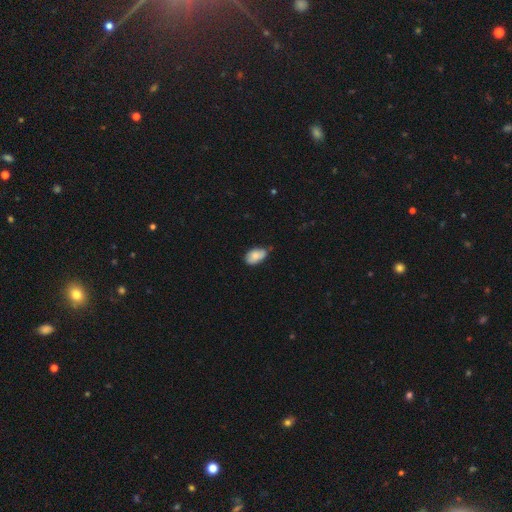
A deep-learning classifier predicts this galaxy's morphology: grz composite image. It shows a smooth galaxy with no disk features (82%) that is in between round and cigar-shaped (92%). Merging: none (58%).